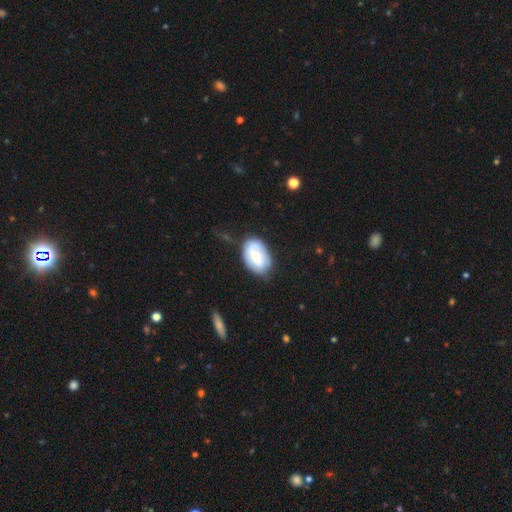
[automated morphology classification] Smooth or featured? Predicted: smooth (p=0.63). How rounded? Predicted: in between (p=0.87). Merging? Predicted: none (p=0.60).